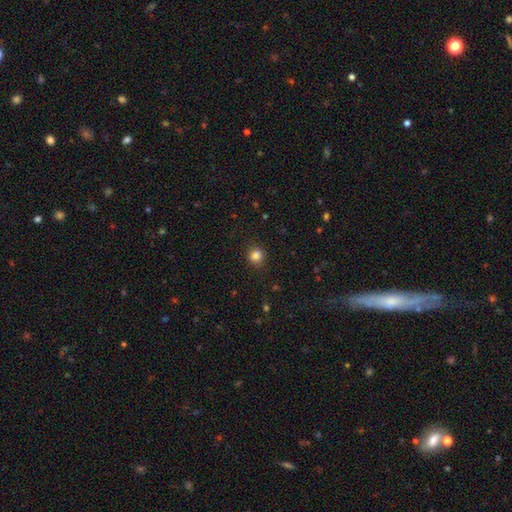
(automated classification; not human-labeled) smooth-or-featured: smooth: 83% | star or artifact: 12% | featured or disk: 5%
  how-rounded: round: 79% | in between: 20% | cigar-shaped: 1%
  merging: none: 86% | minor disturbance: 10% | major disturbance: 3% | merger: 1%